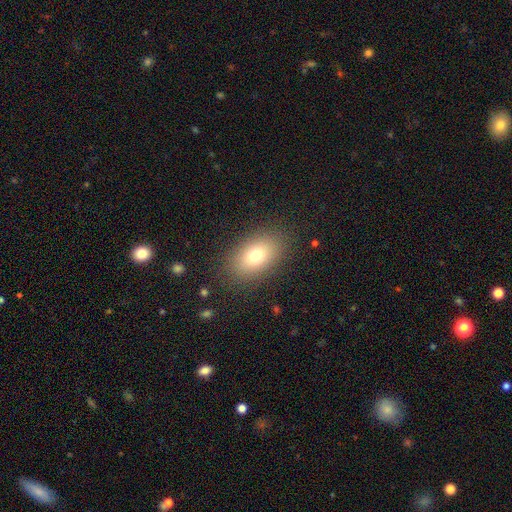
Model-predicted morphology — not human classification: Overall: smooth (75%). How rounded: in between (88%). Merging: none (86%).